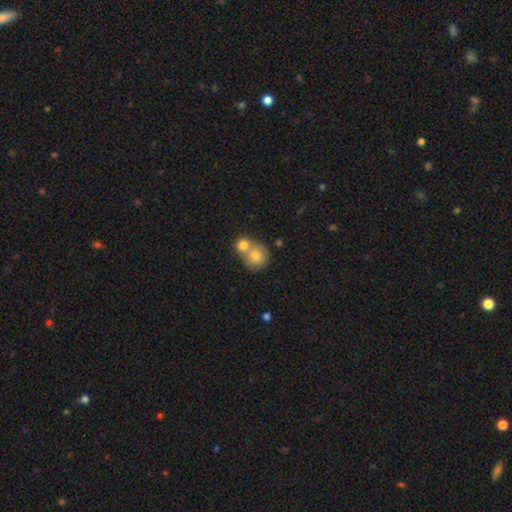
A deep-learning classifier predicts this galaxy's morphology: Smooth or featured: smooth — 76% (featured or disk — 14%)
How rounded: round — 84% (in between — 15%)
Merging: merger — 57% (none — 34%)